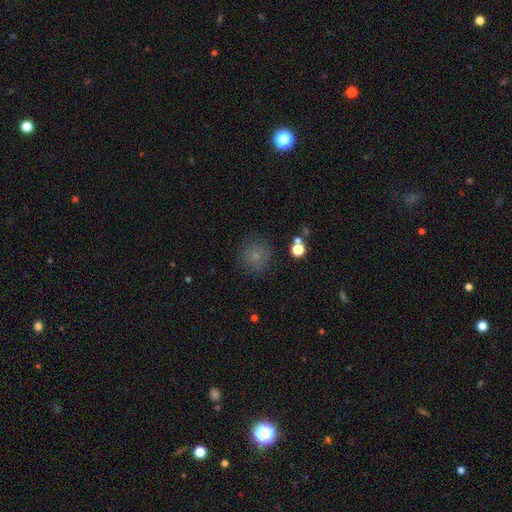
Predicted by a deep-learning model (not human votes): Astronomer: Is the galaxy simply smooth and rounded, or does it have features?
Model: smooth — 74%.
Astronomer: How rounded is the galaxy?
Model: round — 92%.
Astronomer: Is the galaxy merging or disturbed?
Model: none — 81%.